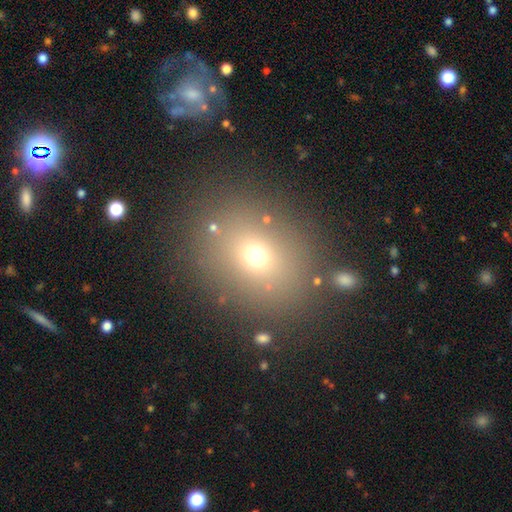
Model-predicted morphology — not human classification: Smooth or featured? Predicted: smooth (p=0.66). How rounded? Predicted: round (p=0.63). Merging? Predicted: none (p=0.82).